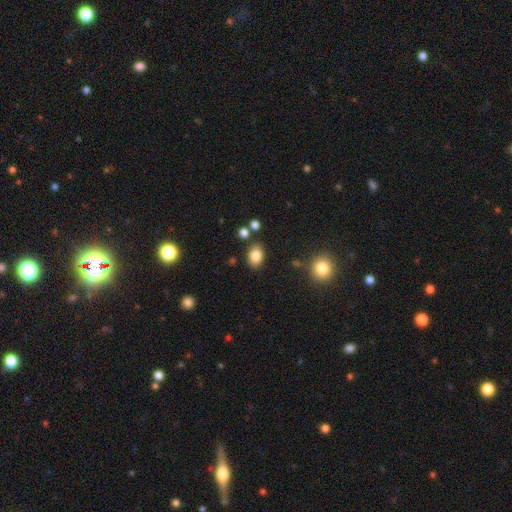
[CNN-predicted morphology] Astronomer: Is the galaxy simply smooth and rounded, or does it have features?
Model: smooth — 84%.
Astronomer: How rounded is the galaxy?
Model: in between — 77%.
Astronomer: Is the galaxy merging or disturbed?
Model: none — 81%.